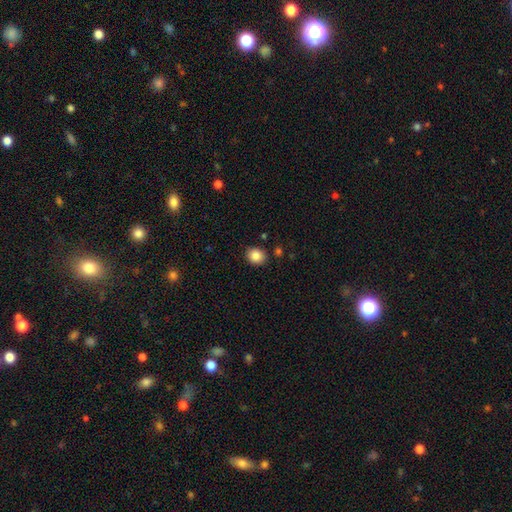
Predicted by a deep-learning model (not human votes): Smooth or featured?
  - smooth: 86% *
  - star or artifact: 9%
  - featured or disk: 5%
How rounded?
  - round: 68% *
  - in between: 31%
  - cigar-shaped: 1%
Merging?
  - none: 87% *
  - minor disturbance: 9%
  - merger: 3%
  - major disturbance: 2%